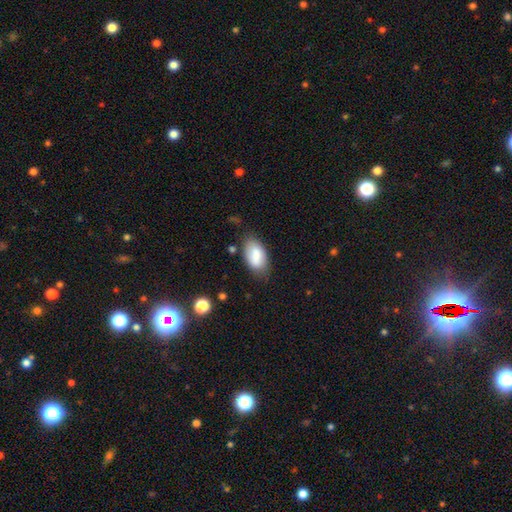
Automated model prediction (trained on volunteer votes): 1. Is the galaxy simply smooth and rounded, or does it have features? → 79% smooth, 14% featured or disk, 7% star or artifact.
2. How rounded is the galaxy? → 93% in between, 4% round, 3% cigar-shaped.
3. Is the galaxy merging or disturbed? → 70% none, 22% minor disturbance, 5% major disturbance, 3% merger.